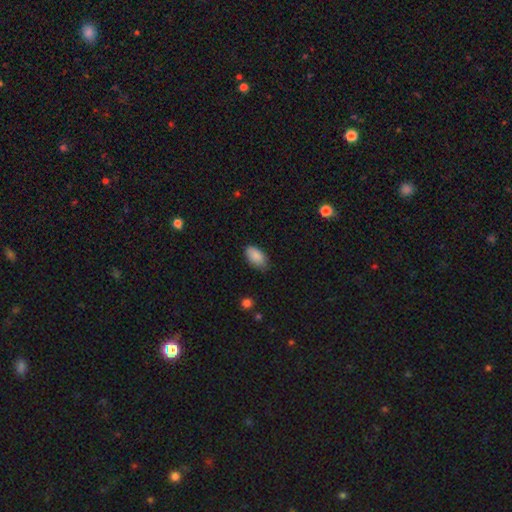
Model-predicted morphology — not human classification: The model was most divided on "merging": none: 75%, minor disturbance: 21%, major disturbance: 3%, merger: 1%. More confident: how rounded — in between (94%); smooth or featured — smooth (87%).